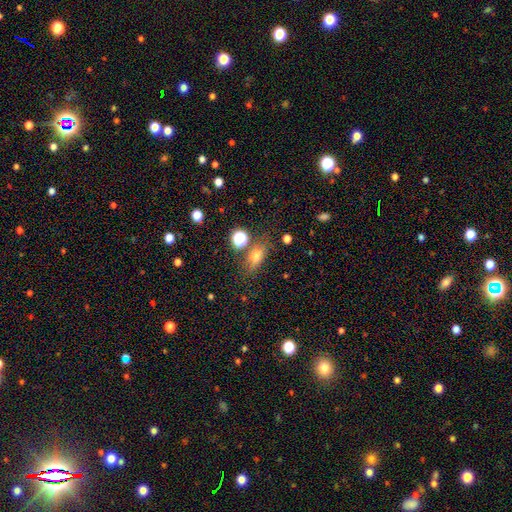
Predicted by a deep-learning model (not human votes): A smooth galaxy with no disk features (68%) that is in between round and cigar-shaped (71%). Merging: none (69%).